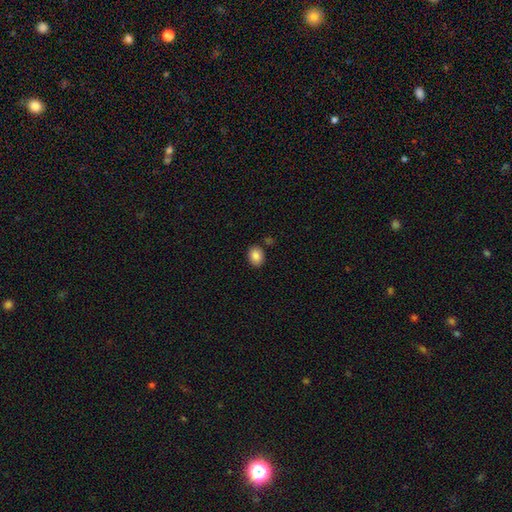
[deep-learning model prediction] Q: Smooth or featured?
A: smooth (87%); runner-up: star or artifact (8%)
Q: How rounded?
A: in between (55%); runner-up: round (45%)
Q: Merging?
A: none (85%); runner-up: minor disturbance (9%)